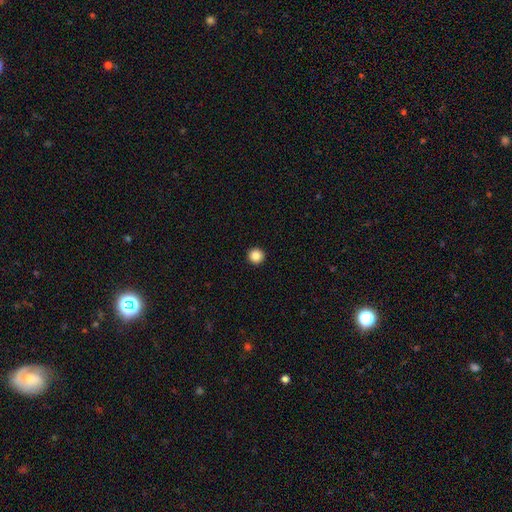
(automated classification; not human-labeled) smooth 86%, star or artifact 10%, featured or disk 3%. Down the decision tree: how rounded — round (97%); merging — none (94%).